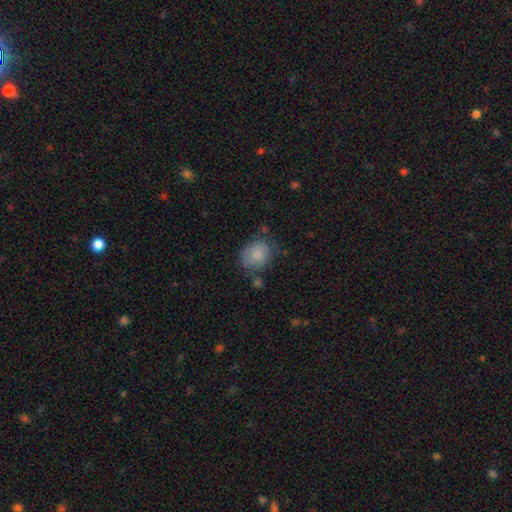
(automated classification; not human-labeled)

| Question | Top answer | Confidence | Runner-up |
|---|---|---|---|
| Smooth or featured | smooth | 79% | featured or disk (13%) |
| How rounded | round | 60% | in between (39%) |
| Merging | none | 54% | minor disturbance (27%) |